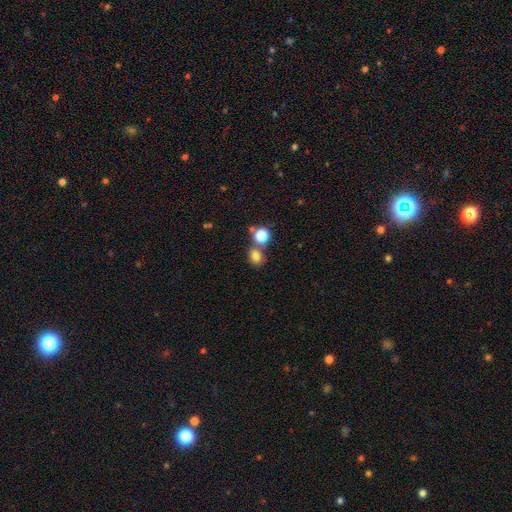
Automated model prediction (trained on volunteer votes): Smooth or featured?
  - smooth: 78% *
  - star or artifact: 15%
  - featured or disk: 8%
How rounded?
  - round: 58% *
  - in between: 40%
  - cigar-shaped: 1%
Merging?
  - none: 58% *
  - merger: 28%
  - minor disturbance: 10%
  - major disturbance: 4%